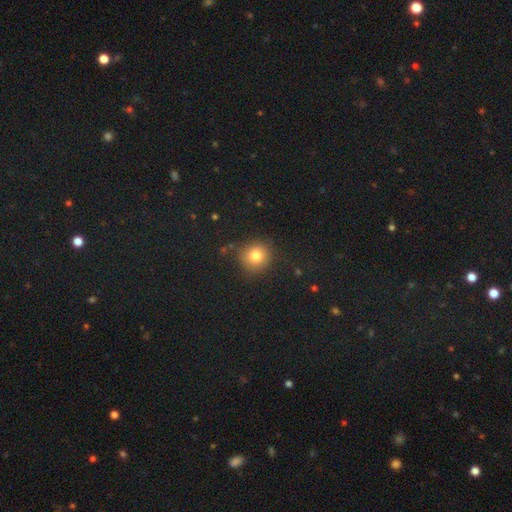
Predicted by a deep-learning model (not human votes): Q: Smooth or featured?
A: smooth (80%); runner-up: star or artifact (13%)
Q: How rounded?
A: round (90%); runner-up: in between (9%)
Q: Merging?
A: none (83%); runner-up: minor disturbance (11%)